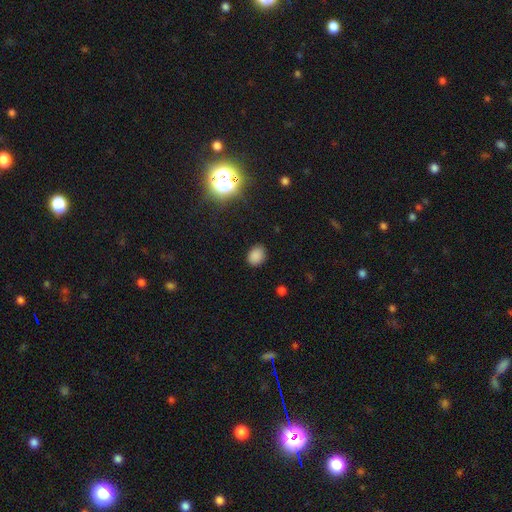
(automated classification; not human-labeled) Smooth or featured?
  - smooth: 83% *
  - star or artifact: 13%
  - featured or disk: 4%
How rounded?
  - in between: 59% *
  - round: 40%
  - cigar-shaped: 1%
Merging?
  - none: 83% *
  - minor disturbance: 13%
  - major disturbance: 3%
  - merger: 1%